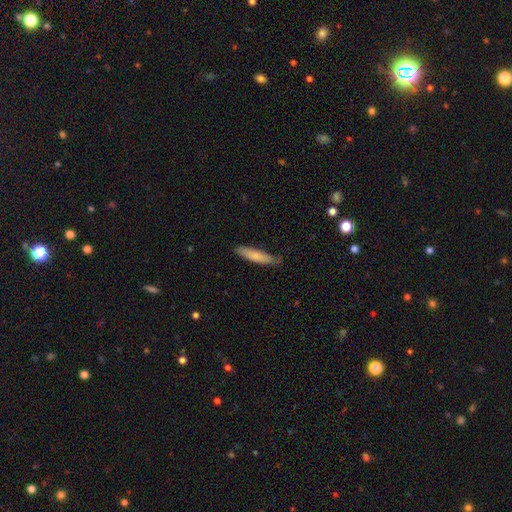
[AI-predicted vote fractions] This appears to be a smooth galaxy with no disk features (77%) that is cigar-shaped (84%). Merging: none (73%).